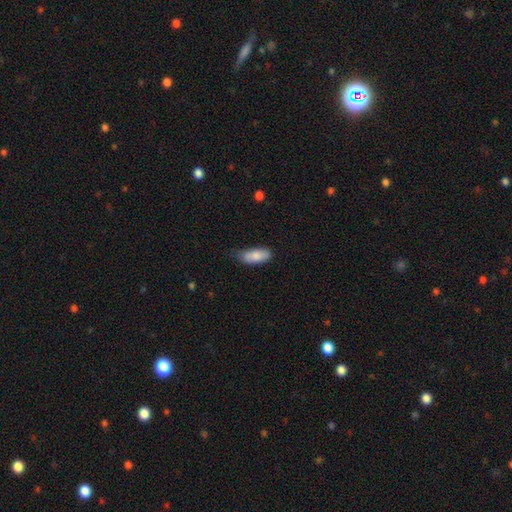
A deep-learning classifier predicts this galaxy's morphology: type=smooth (83%); roundness=in between (82%); merging=none (54%).